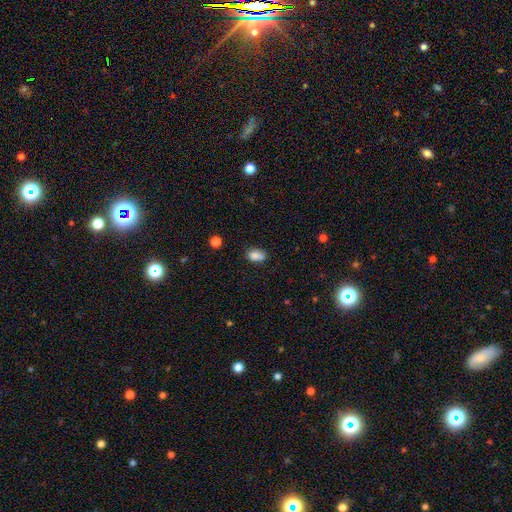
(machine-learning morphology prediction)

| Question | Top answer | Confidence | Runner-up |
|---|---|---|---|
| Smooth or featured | smooth | 82% | star or artifact (10%) |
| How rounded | in between | 84% | round (14%) |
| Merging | none | 60% | minor disturbance (23%) |